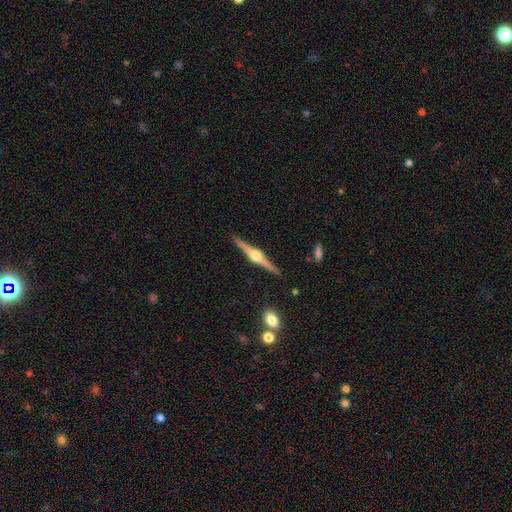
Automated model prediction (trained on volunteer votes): Smooth or featured?
  - featured or disk: 86% *
  - smooth: 9%
  - star or artifact: 5%
Edge-on disk?
  - yes: 99% *
  - no: 1%
Edge-on bulge?
  - rounded: 95% *
  - boxy: 4%
  - none: 1%
Merging?
  - none: 91% *
  - minor disturbance: 6%
  - major disturbance: 1%
  - merger: 1%